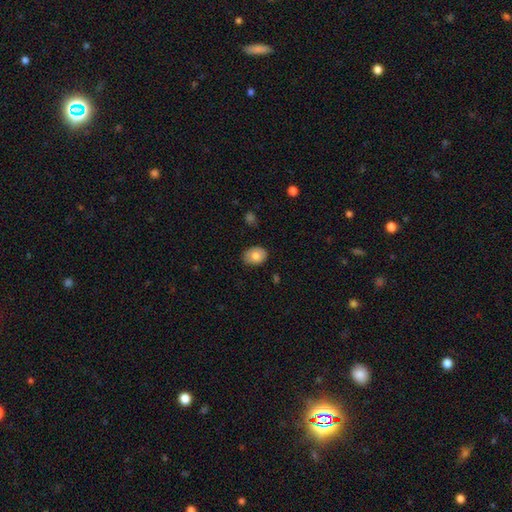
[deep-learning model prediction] A smooth galaxy with no disk features (78%) that is in between round and cigar-shaped (68%).

Vote fractions:
- Smooth or featured? smooth: 78% / featured or disk: 15% / star or artifact: 7%
- How rounded? in between: 68% / round: 31% / cigar-shaped: 1%
- Merging? none: 83% / minor disturbance: 13% / major disturbance: 2% / merger: 1%